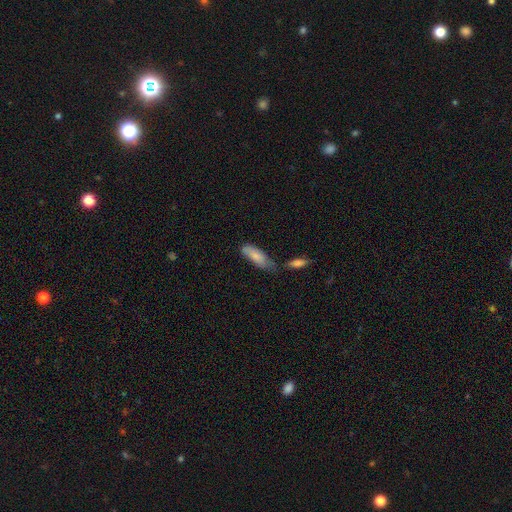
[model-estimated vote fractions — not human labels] Smooth or featured? smooth (77%)
How rounded? in between (67%)
Merging? none (40%)